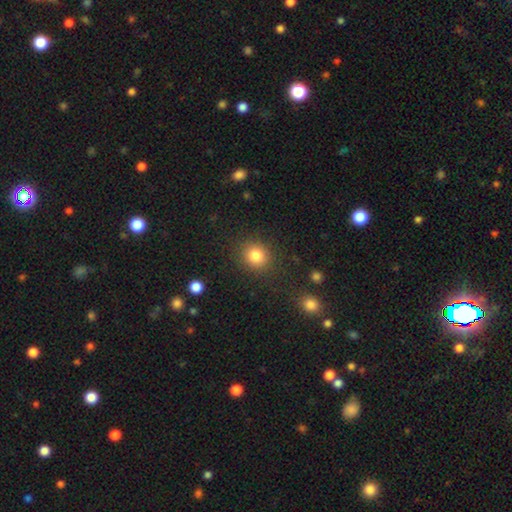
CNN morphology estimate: Overall: smooth (83%). How rounded: round (82%). Merging: none (88%).